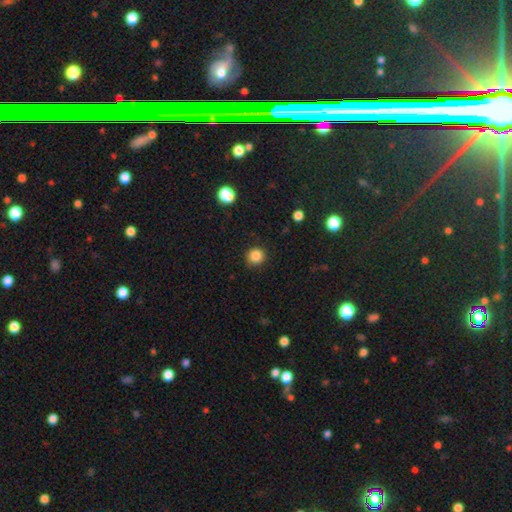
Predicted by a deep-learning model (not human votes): A smooth galaxy with no disk features (85%) that is round (92%). Merging: none (89%).